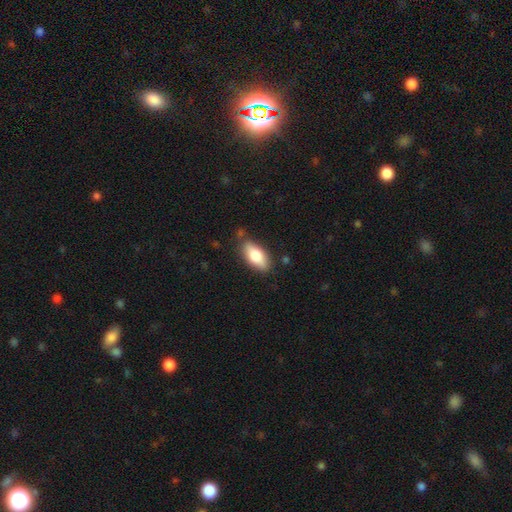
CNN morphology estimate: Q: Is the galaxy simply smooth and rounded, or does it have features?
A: smooth — 78%.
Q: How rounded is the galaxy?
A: in between — 87%.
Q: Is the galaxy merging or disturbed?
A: none — 79%.